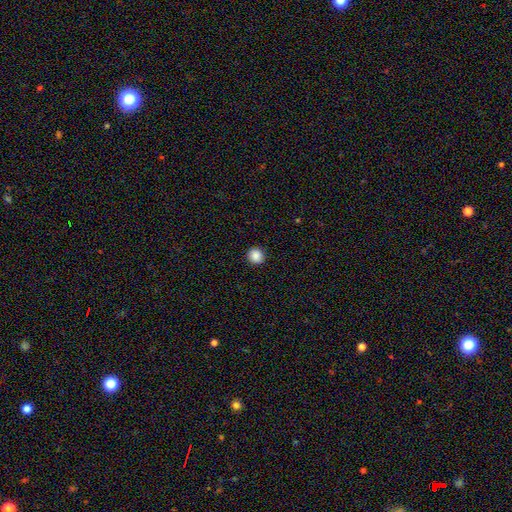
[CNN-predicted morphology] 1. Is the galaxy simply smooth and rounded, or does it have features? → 88% smooth, 9% star or artifact, 3% featured or disk.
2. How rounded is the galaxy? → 90% round, 9% in between, 1% cigar-shaped.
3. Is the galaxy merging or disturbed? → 92% none, 5% minor disturbance, 2% major disturbance, 1% merger.